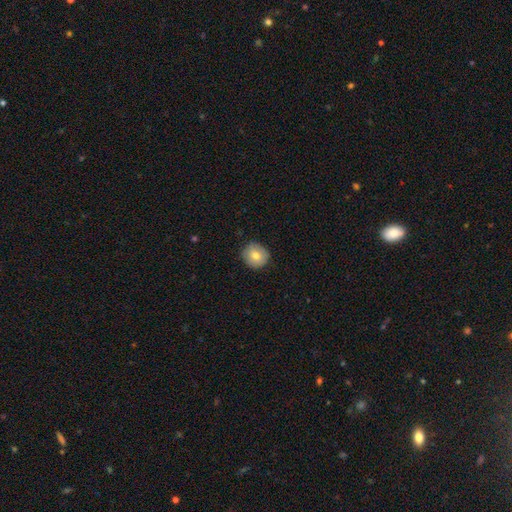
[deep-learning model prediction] A smooth galaxy with no disk features (76%) that is round (88%).

Vote fractions:
- Smooth or featured? smooth: 76% / featured or disk: 16% / star or artifact: 8%
- How rounded? round: 88% / in between: 11% / cigar-shaped: 1%
- Merging? none: 84% / minor disturbance: 13% / major disturbance: 2% / merger: 1%